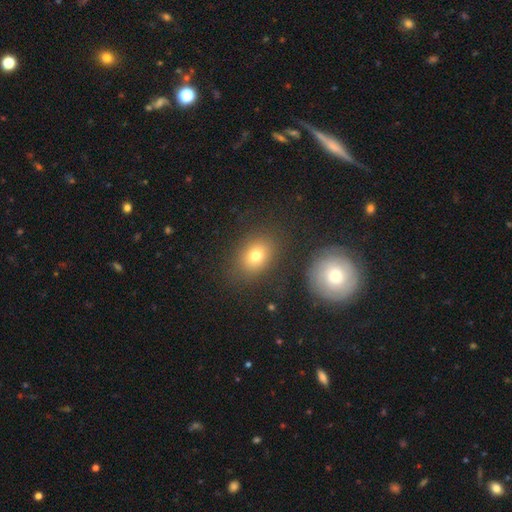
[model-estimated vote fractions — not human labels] Smooth or featured: smooth — 75% (star or artifact — 13%)
How rounded: in between — 61% (round — 38%)
Merging: none — 81% (minor disturbance — 11%)